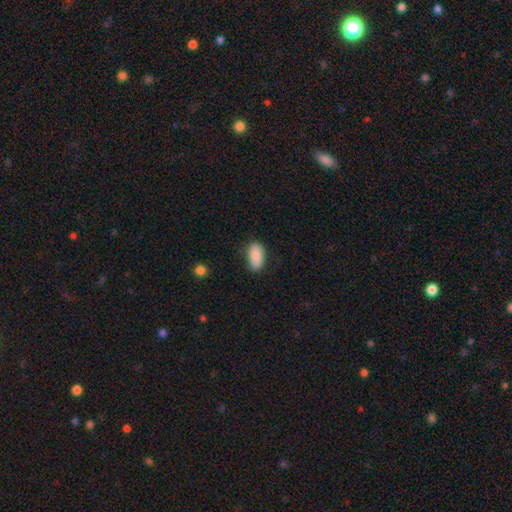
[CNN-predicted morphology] type=smooth (85%); roundness=in between (93%); merging=none (77%).